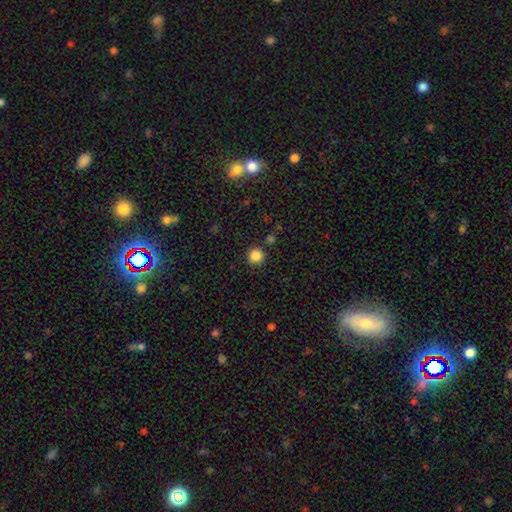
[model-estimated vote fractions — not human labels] Overall: smooth (85%). How rounded: round (95%). Merging: none (90%).